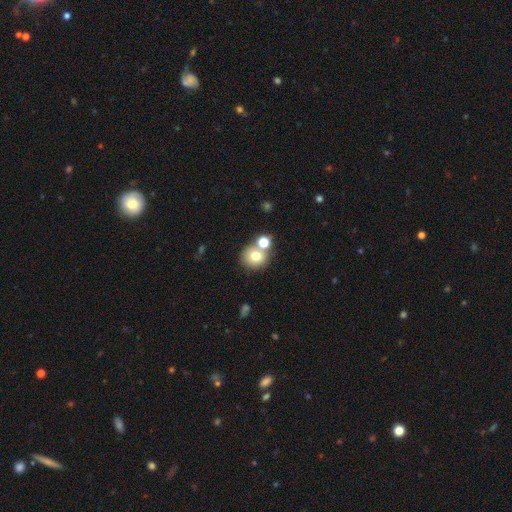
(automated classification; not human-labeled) A smooth galaxy with no disk features (73%) that is round (82%). Merging: none (55%).